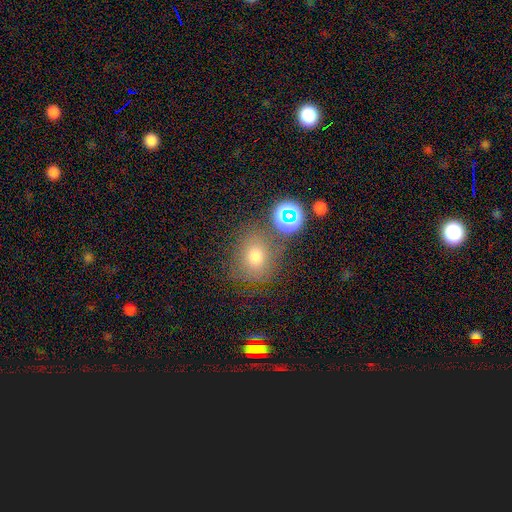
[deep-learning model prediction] Morphology: type=smooth (70%); roundness=round (64%); merging=none (68%).